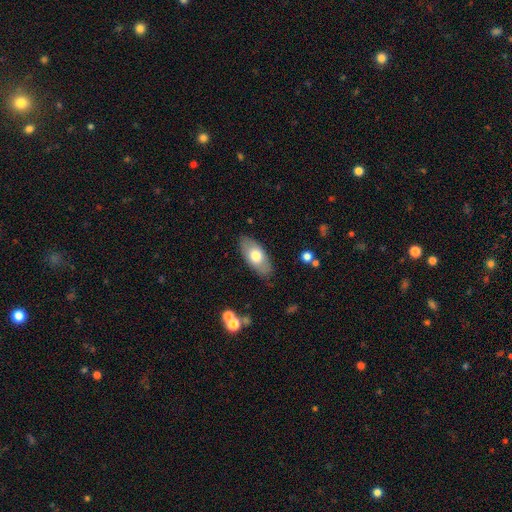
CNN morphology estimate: smooth-or-featured: smooth: 67% | featured or disk: 27% | star or artifact: 6%
  how-rounded: in between: 90% | cigar-shaped: 7% | round: 3%
  merging: none: 84% | minor disturbance: 12% | major disturbance: 3% | merger: 1%